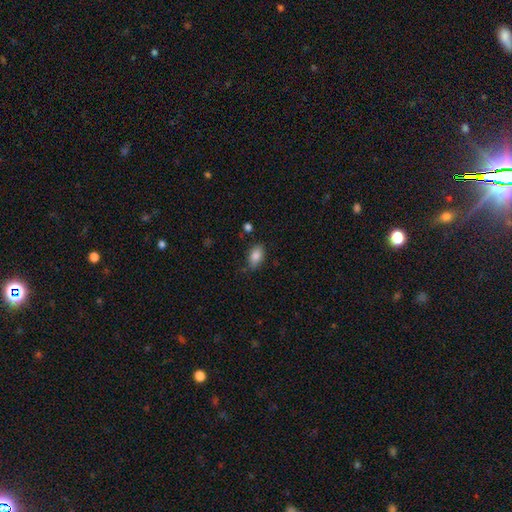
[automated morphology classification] Smooth or featured? Predicted: smooth (p=0.86). How rounded? Predicted: in between (p=0.88). Merging? Predicted: none (p=0.76).